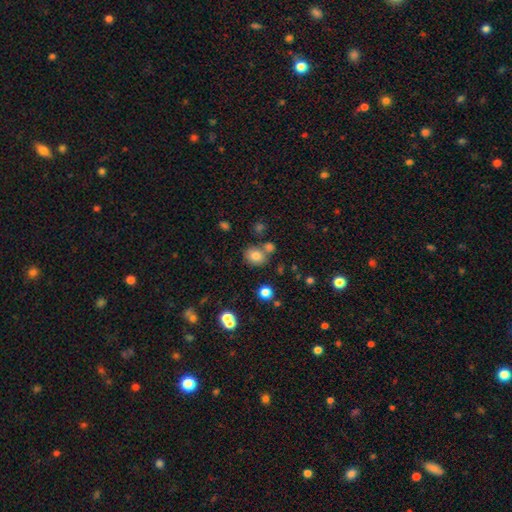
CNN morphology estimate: This appears to be a smooth galaxy with no disk features (78%) that is round (66%). Merging: none (67%).